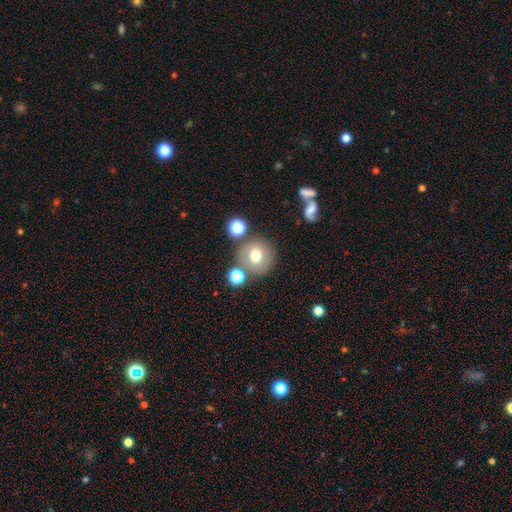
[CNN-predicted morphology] Smooth or featured: smooth — 68% (featured or disk — 18%)
How rounded: round — 91% (in between — 8%)
Merging: none — 73% (minor disturbance — 11%)